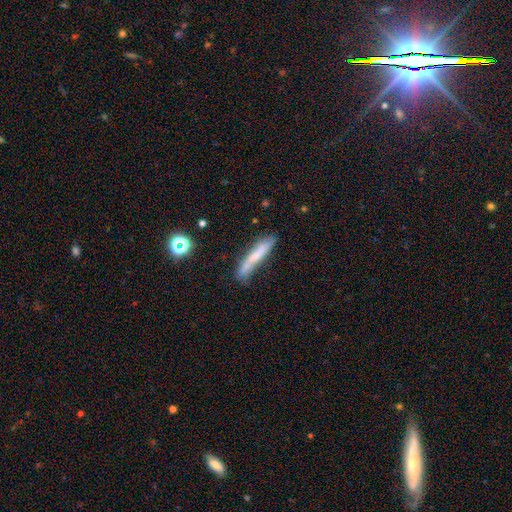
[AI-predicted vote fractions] This is possibly a smooth galaxy (59%). How rounded: clearly cigar-shaped (92%). Merging: likely none (65%).